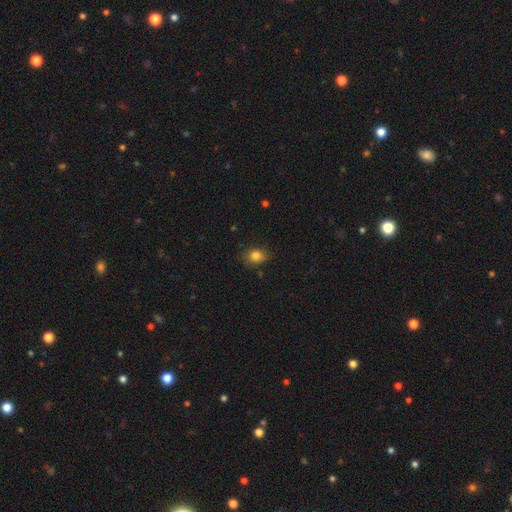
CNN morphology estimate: smooth 83%, star or artifact 11%, featured or disk 7%. Down the decision tree: how rounded — in between (64%); merging — none (78%).